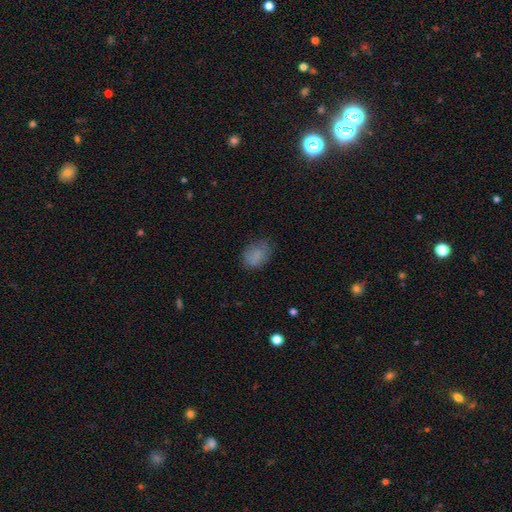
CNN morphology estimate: Smooth or featured: smooth — 82% (star or artifact — 10%)
How rounded: in between — 69% (round — 29%)
Merging: none — 69% (minor disturbance — 23%)